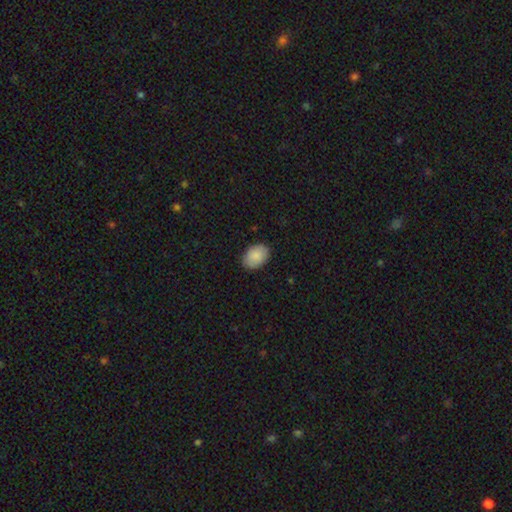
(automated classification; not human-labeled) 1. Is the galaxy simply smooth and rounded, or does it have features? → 89% smooth, 6% star or artifact, 4% featured or disk.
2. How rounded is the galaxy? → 86% in between, 13% round, 1% cigar-shaped.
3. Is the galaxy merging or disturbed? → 87% none, 10% minor disturbance, 2% major disturbance, 1% merger.